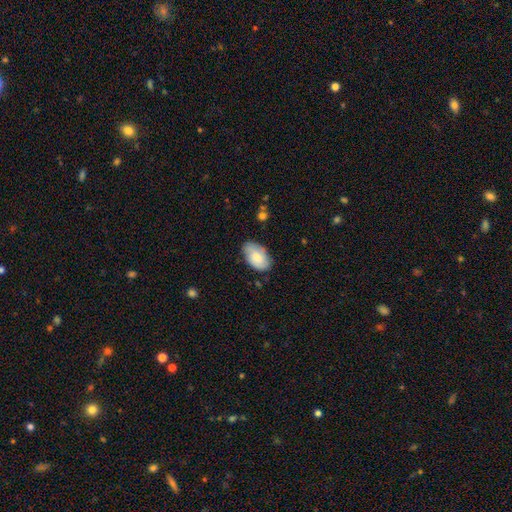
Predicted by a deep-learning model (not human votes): Smooth or featured? smooth (71%)
How rounded? in between (93%)
Merging? none (73%)